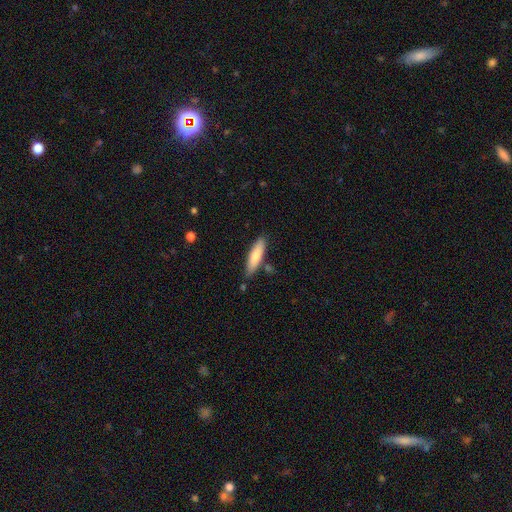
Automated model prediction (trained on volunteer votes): smooth 78%, featured or disk 17%, star or artifact 6%. Down the decision tree: how rounded — cigar-shaped (70%); merging — none (80%).